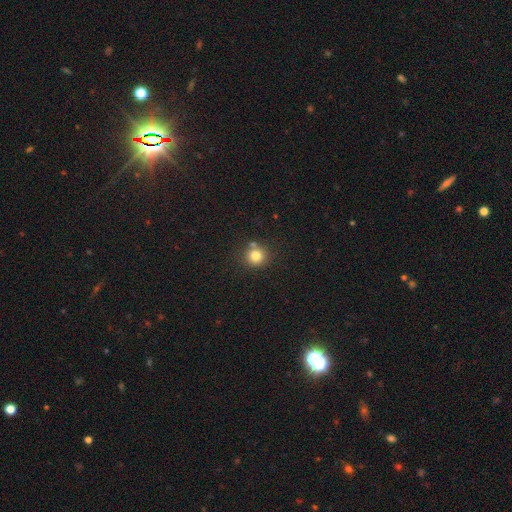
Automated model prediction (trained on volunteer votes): Smooth or featured? smooth (80%)
How rounded? round (92%)
Merging? none (76%)